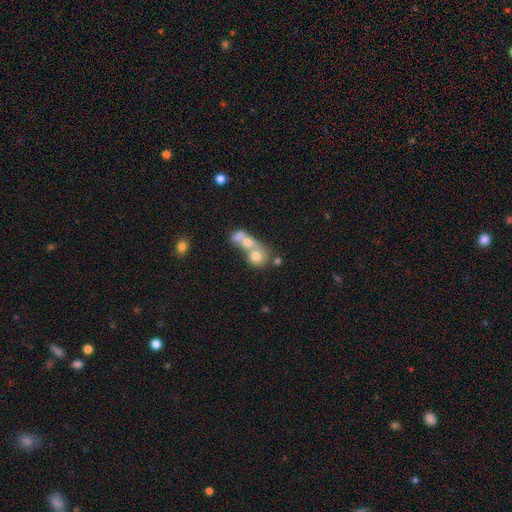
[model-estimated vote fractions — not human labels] A smooth galaxy with no disk features (65%) that is round (68%). Merging: merger (69%).